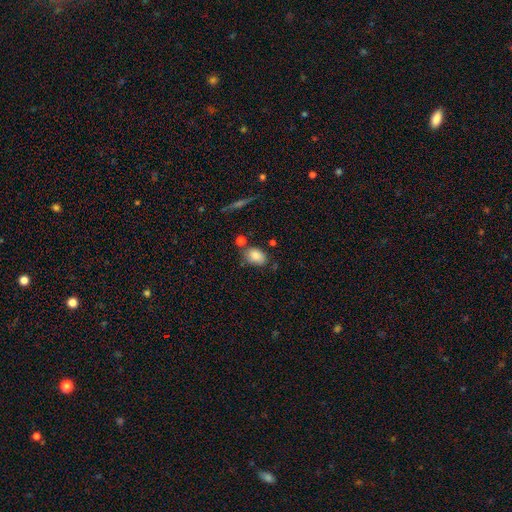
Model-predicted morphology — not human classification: Smooth or featured? smooth (83%)
How rounded? in between (82%)
Merging? none (67%)